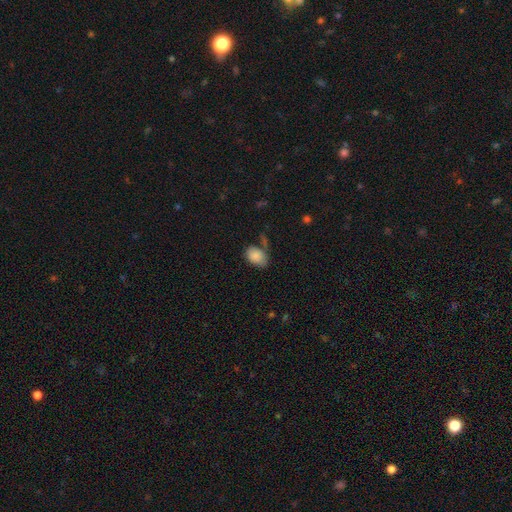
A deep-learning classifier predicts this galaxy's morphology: smooth-or-featured: smooth: 86% | star or artifact: 8% | featured or disk: 7%
  how-rounded: in between: 85% | round: 14% | cigar-shaped: 1%
  merging: none: 59% | minor disturbance: 25% | merger: 9% | major disturbance: 7%